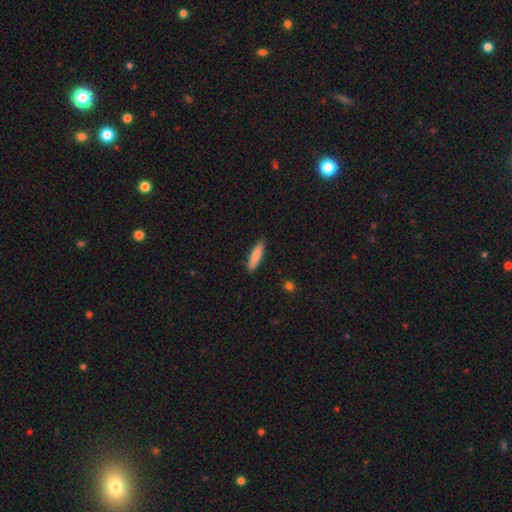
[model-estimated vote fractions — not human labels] Smooth or featured?
  - smooth: 86% *
  - featured or disk: 8%
  - star or artifact: 6%
How rounded?
  - cigar-shaped: 73% *
  - in between: 25%
  - round: 1%
Merging?
  - none: 88% *
  - minor disturbance: 9%
  - major disturbance: 2%
  - merger: 1%